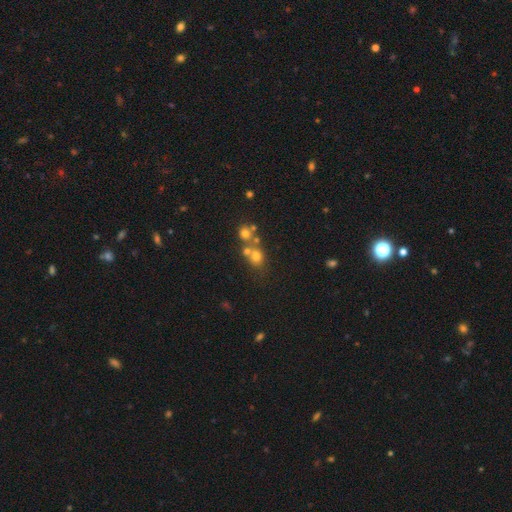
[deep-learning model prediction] Smooth or featured? smooth (61%)
How rounded? round (78%)
Merging? none (46%)